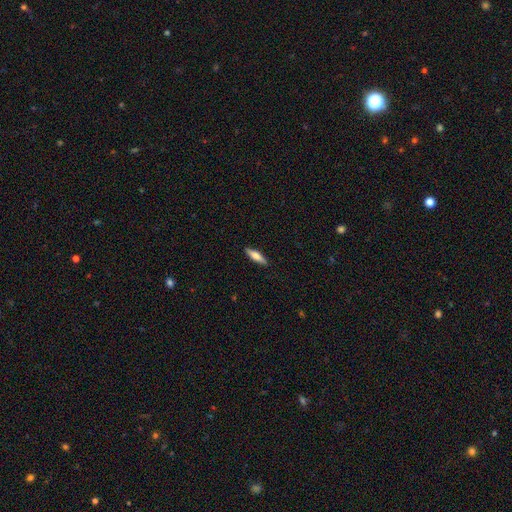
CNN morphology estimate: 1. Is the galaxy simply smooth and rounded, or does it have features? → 68% smooth, 27% featured or disk, 6% star or artifact.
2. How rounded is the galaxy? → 64% cigar-shaped, 34% in between, 2% round.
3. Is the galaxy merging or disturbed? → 89% none, 8% minor disturbance, 2% major disturbance, 1% merger.